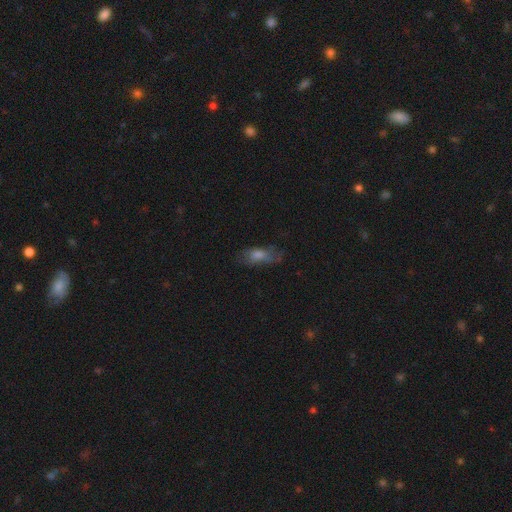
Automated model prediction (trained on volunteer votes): Smooth or featured? smooth (50%)
How rounded? in between (69%)
Merging? none (60%)